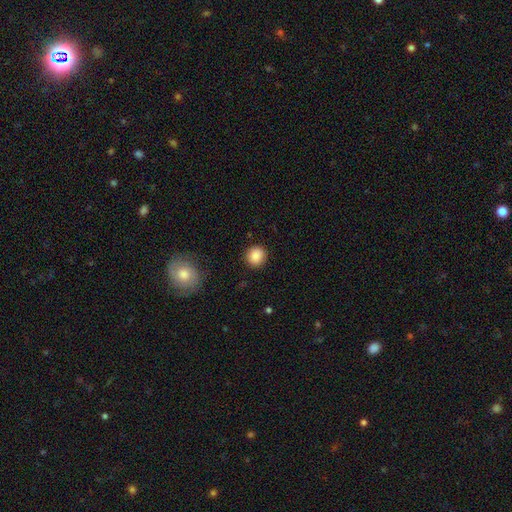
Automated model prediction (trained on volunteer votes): This appears to be a smooth galaxy with no disk features (88%) that is round (87%). Merging: none (90%).